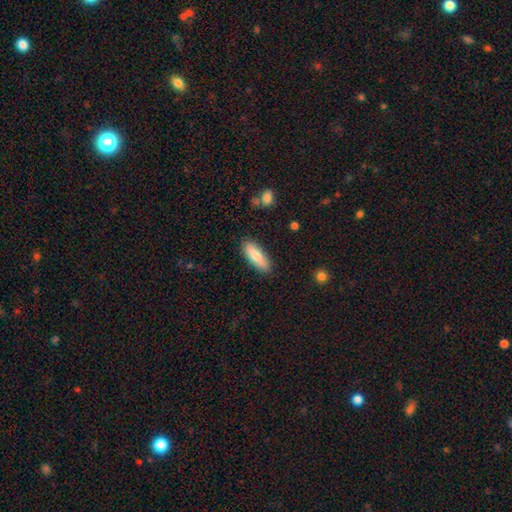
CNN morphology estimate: Overall: smooth (81%). How rounded: in between (54%; cigar-shaped 44%). Merging: none (87%).